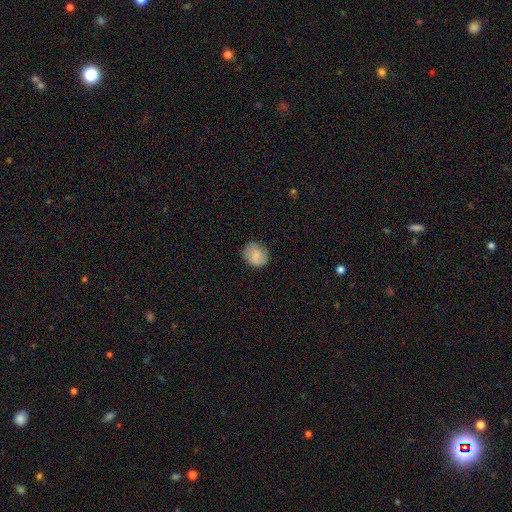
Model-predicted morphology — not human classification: smooth_or_featured: smooth (p=0.76) [alt: featured or disk p=0.17]
how_rounded: round (p=0.64) [alt: in between p=0.35]
merging: none (p=0.74) [alt: minor disturbance p=0.19]